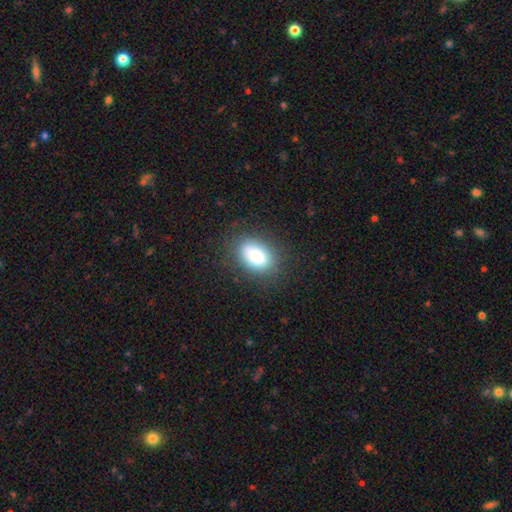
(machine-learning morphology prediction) Q: Smooth or featured?
A: smooth (80%); runner-up: featured or disk (11%)
Q: How rounded?
A: in between (84%); runner-up: round (14%)
Q: Merging?
A: none (83%); runner-up: minor disturbance (12%)